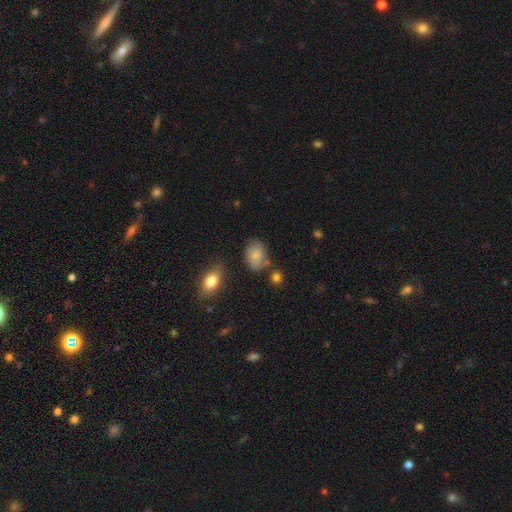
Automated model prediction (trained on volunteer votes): smooth_or_featured: smooth (p=0.78) [alt: featured or disk p=0.13]
how_rounded: in between (p=0.73) [alt: round p=0.26]
merging: none (p=0.63) [alt: minor disturbance p=0.24]